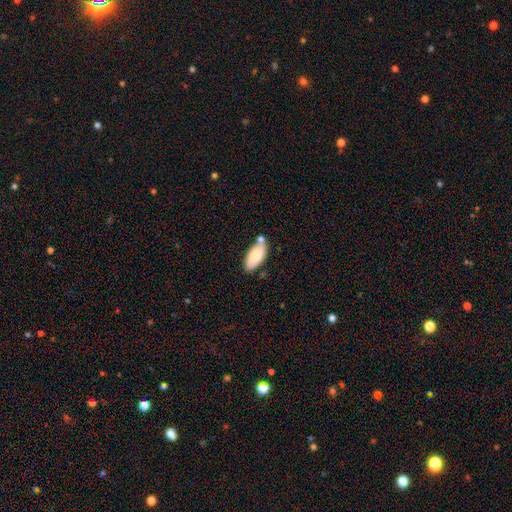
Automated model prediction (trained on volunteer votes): smooth_or_featured: smooth (p=0.74) [alt: featured or disk p=0.19]
how_rounded: in between (p=0.91) [alt: cigar-shaped p=0.07]
merging: none (p=0.62) [alt: minor disturbance p=0.18]